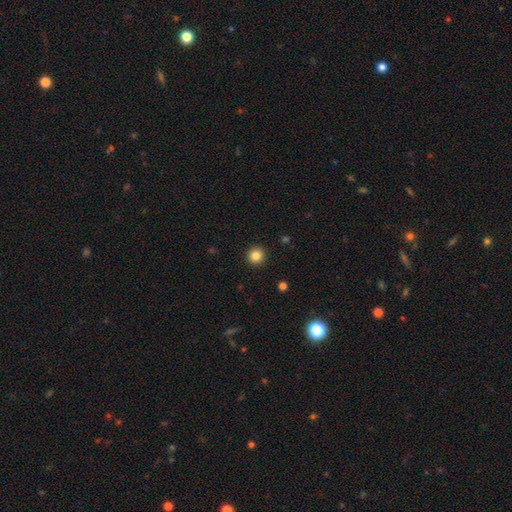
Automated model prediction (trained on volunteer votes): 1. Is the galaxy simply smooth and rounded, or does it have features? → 84% smooth, 11% star or artifact, 5% featured or disk.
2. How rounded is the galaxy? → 94% round, 5% in between, 1% cigar-shaped.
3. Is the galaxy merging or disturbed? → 93% none, 5% minor disturbance, 2% major disturbance, 1% merger.